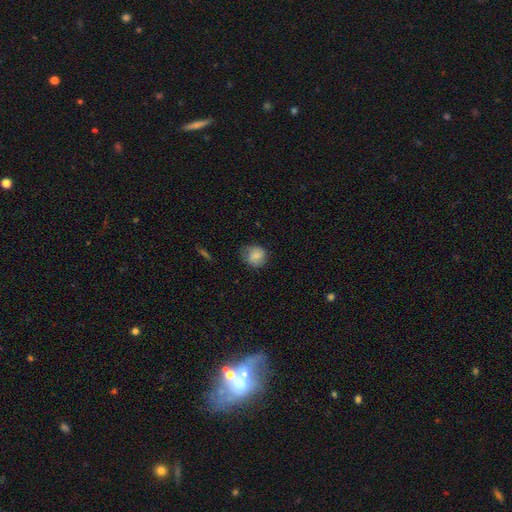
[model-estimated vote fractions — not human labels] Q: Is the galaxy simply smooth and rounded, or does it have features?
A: smooth — 79%.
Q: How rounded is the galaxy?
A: round — 75%.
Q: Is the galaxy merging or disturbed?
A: none — 70%.